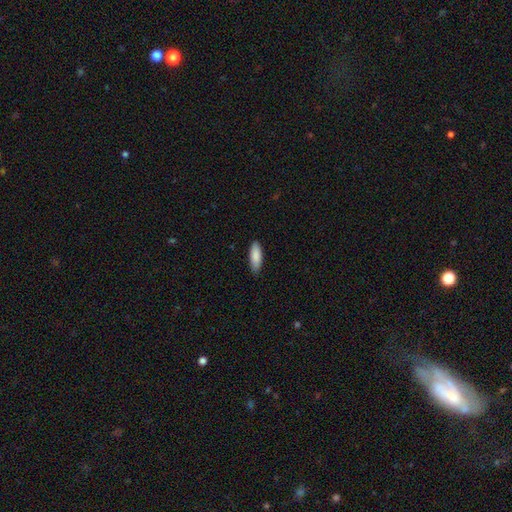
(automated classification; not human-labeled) The model was most divided on "how rounded": in between: 60%, cigar-shaped: 39%, round: 2%. More confident: smooth or featured — smooth (88%); merging — none (85%).